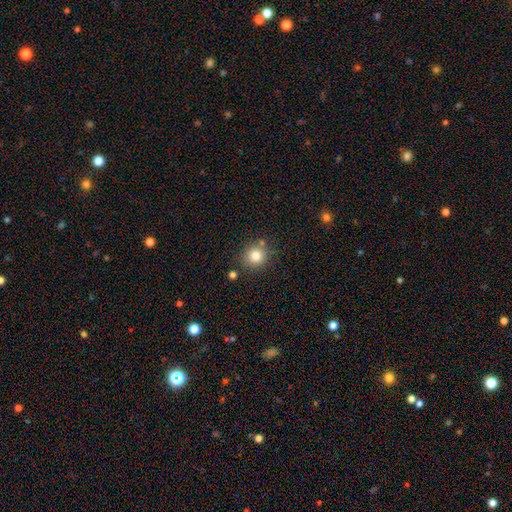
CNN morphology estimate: Smooth or featured: smooth — 82% (star or artifact — 11%)
How rounded: round — 89% (in between — 10%)
Merging: none — 80% (minor disturbance — 10%)